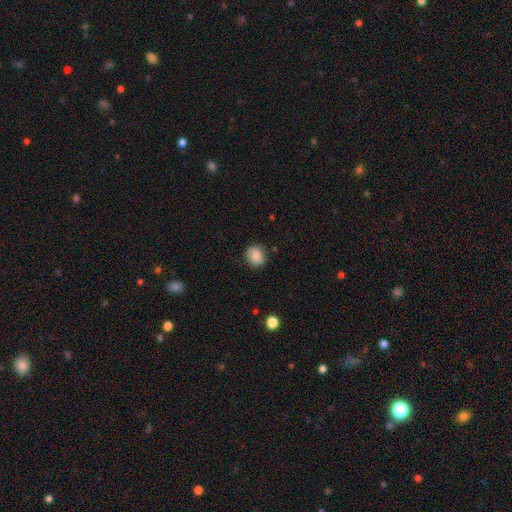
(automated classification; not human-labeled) Overall: smooth (86%). How rounded: round (64%; in between 35%). Merging: none (82%).